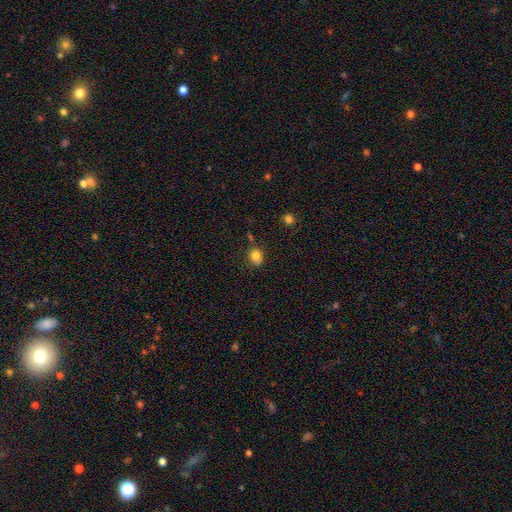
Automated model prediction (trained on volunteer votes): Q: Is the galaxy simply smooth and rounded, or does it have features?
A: smooth — 81%.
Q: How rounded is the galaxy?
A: round — 61%.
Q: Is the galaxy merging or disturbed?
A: none — 63%.